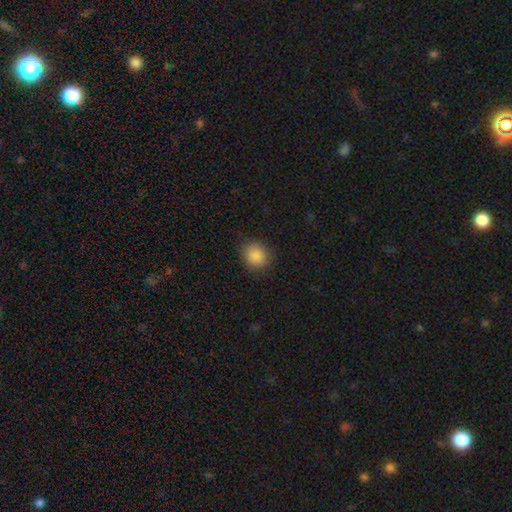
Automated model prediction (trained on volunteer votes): smooth 88%, star or artifact 9%, featured or disk 3%. Down the decision tree: how rounded — round (82%); merging — none (88%).